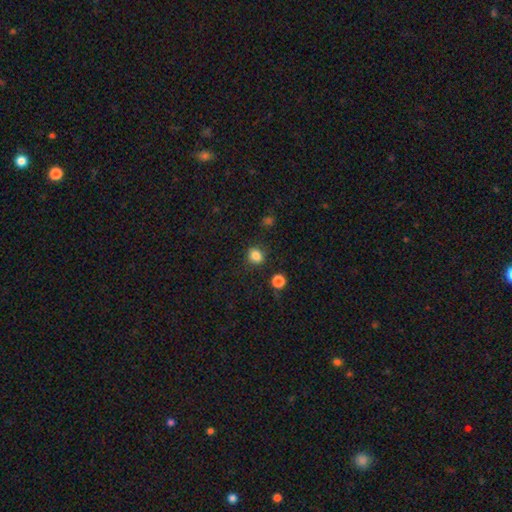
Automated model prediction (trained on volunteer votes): Smooth or featured: smooth — 83% (star or artifact — 12%)
How rounded: round — 70% (in between — 29%)
Merging: none — 83% (minor disturbance — 11%)